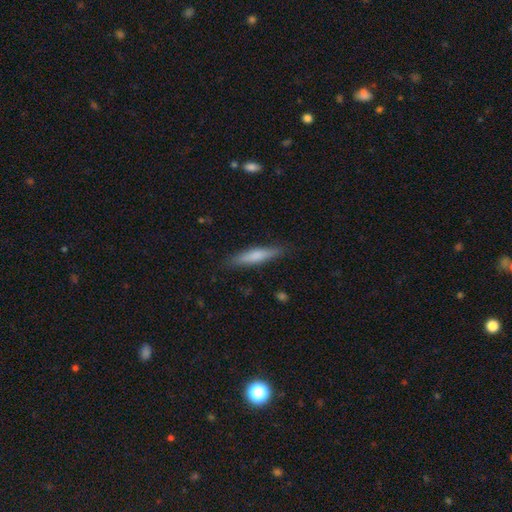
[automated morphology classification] type=smooth (68%); roundness=cigar-shaped (86%); merging=none (86%).